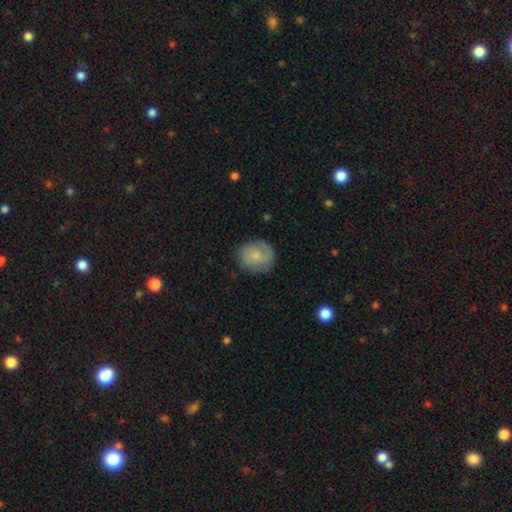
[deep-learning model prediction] The model was most divided on "smooth or featured": smooth: 62%, featured or disk: 31%, star or artifact: 7%. More confident: how rounded — round (78%); merging — none (76%).